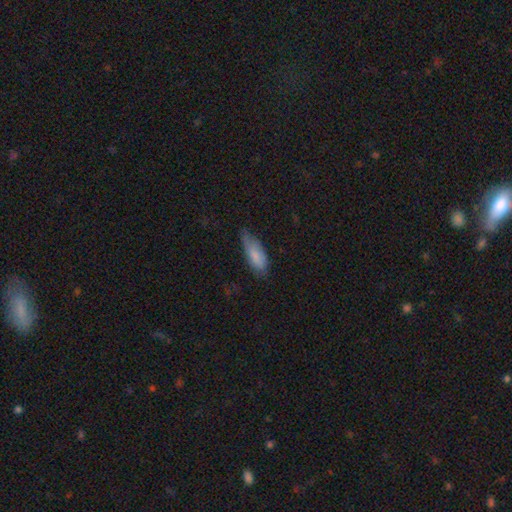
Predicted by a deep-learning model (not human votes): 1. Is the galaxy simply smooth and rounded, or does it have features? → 80% smooth, 14% featured or disk, 6% star or artifact.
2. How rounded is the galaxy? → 73% in between, 25% cigar-shaped, 2% round.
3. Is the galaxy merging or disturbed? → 50% none, 39% minor disturbance, 9% major disturbance, 2% merger.